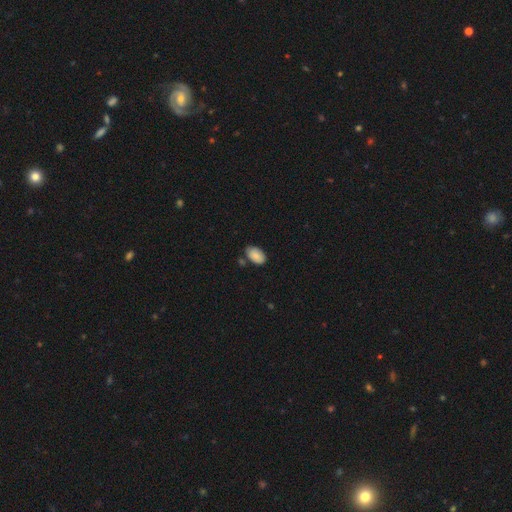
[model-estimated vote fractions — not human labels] smooth_or_featured: smooth (p=0.86) [alt: featured or disk p=0.08]
how_rounded: in between (p=0.93) [alt: round p=0.06]
merging: none (p=0.70) [alt: minor disturbance p=0.19]